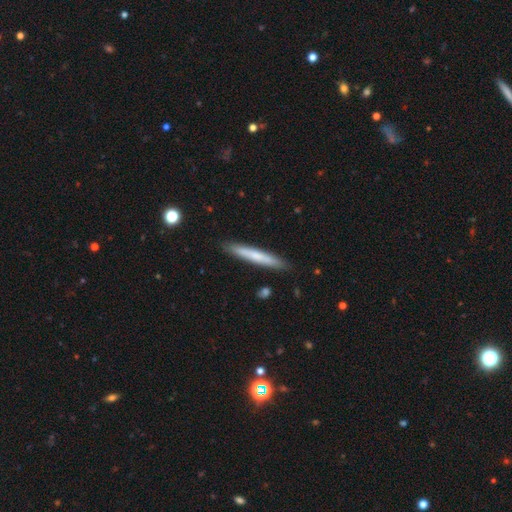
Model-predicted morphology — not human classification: Q: Smooth or featured?
A: smooth (65%); runner-up: featured or disk (30%)
Q: How rounded?
A: cigar-shaped (95%); runner-up: in between (3%)
Q: Merging?
A: none (90%); runner-up: minor disturbance (8%)